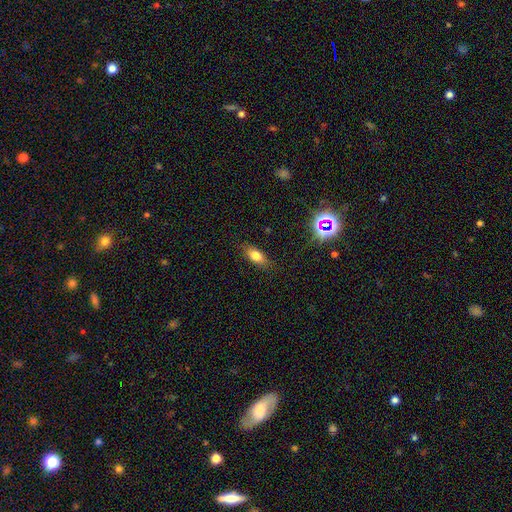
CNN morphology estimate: smooth 77%, star or artifact 12%, featured or disk 12%. Down the decision tree: how rounded — in between (80%); merging — none (82%).